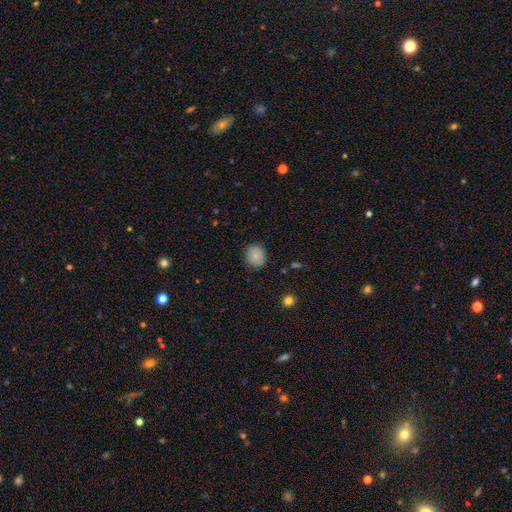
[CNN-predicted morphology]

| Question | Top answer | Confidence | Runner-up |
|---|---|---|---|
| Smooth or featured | smooth | 85% | star or artifact (9%) |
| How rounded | round | 72% | in between (27%) |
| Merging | none | 87% | minor disturbance (10%) |